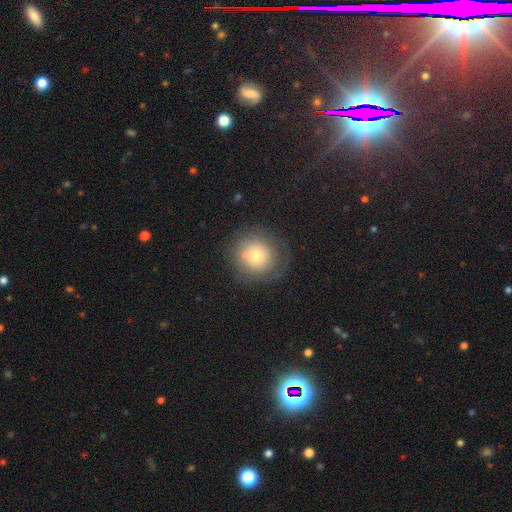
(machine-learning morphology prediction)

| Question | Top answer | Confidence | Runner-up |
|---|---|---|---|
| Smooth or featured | smooth | 63% | featured or disk (26%) |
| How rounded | round | 91% | in between (8%) |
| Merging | none | 71% | minor disturbance (16%) |